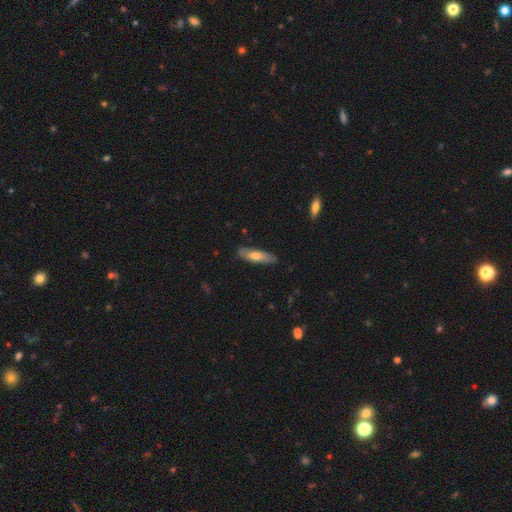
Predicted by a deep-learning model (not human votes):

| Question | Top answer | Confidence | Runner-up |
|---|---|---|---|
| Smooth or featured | smooth | 60% | featured or disk (34%) |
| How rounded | cigar-shaped | 62% | in between (36%) |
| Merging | none | 80% | minor disturbance (16%) |